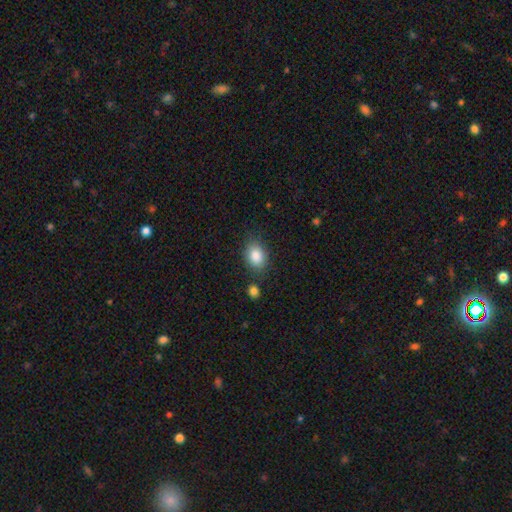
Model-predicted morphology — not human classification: type=smooth (86%); roundness=in between (73%); merging=none (77%).